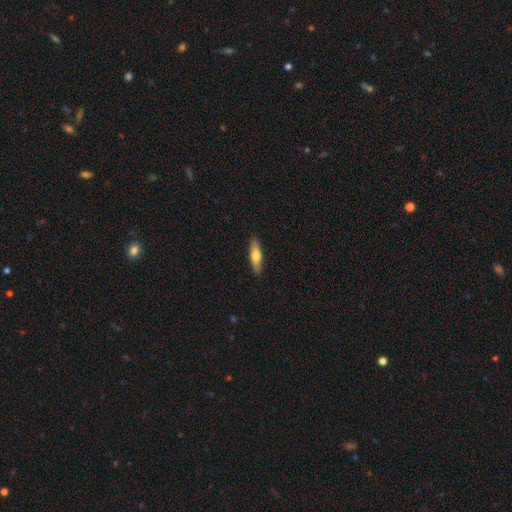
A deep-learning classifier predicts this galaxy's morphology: The model was most divided on "how rounded": cigar-shaped: 58%, in between: 40%, round: 2%. More confident: merging — none (87%); smooth or featured — smooth (66%).